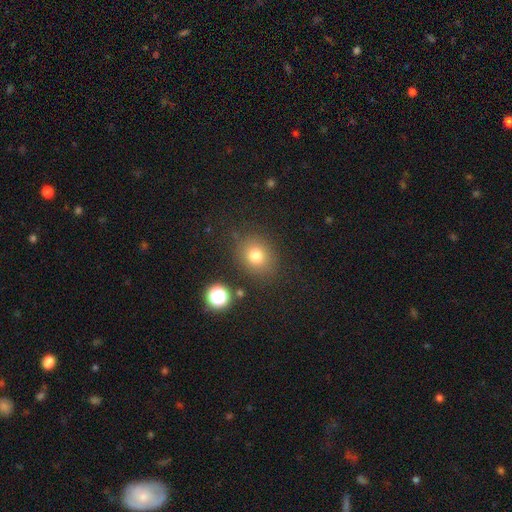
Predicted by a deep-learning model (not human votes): smooth_or_featured: smooth (p=0.77) [alt: star or artifact p=0.15]
how_rounded: round (p=0.68) [alt: in between p=0.31]
merging: none (p=0.82) [alt: minor disturbance p=0.11]